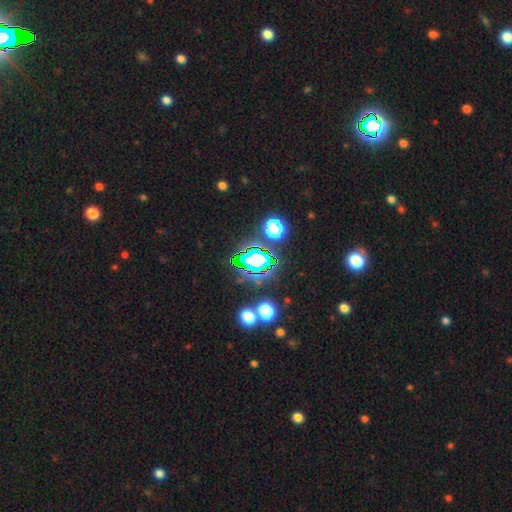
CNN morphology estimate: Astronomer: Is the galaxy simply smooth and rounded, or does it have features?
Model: star or artifact — 70%.